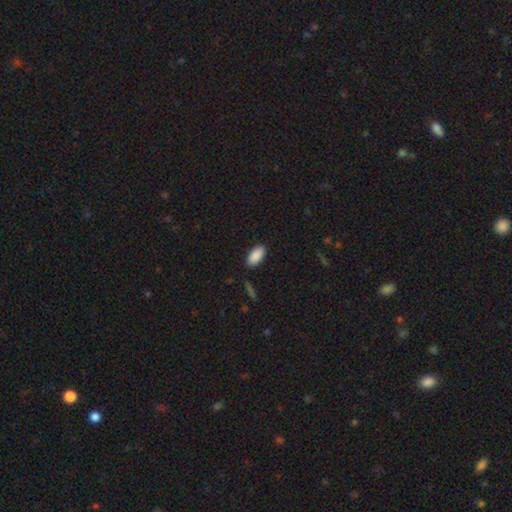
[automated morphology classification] smooth 90%, star or artifact 7%, featured or disk 4%. Down the decision tree: how rounded — in between (92%); merging — none (88%).